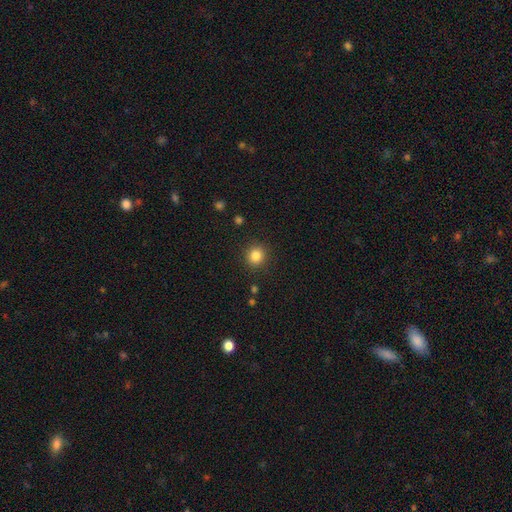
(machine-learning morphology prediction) smooth-or-featured: smooth: 84% | star or artifact: 11% | featured or disk: 5%
  how-rounded: round: 91% | in between: 8% | cigar-shaped: 1%
  merging: none: 90% | minor disturbance: 6% | major disturbance: 2% | merger: 1%